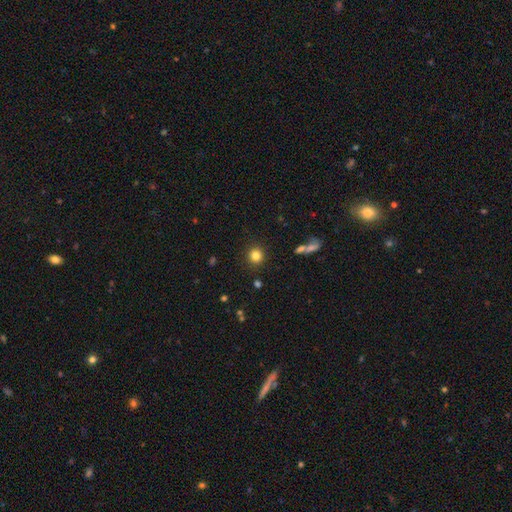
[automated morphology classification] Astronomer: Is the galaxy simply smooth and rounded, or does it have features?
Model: smooth — 82%.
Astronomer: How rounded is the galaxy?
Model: round — 92%.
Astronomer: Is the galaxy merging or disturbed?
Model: none — 90%.